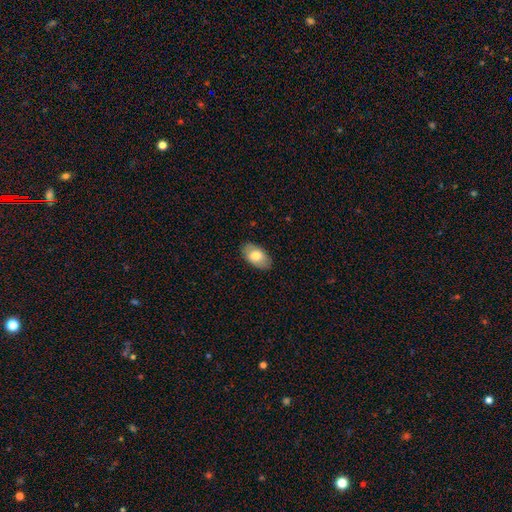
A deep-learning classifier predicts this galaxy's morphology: This appears to be a smooth galaxy with no disk features (75%) that is in between round and cigar-shaped (94%). Merging: none (86%).